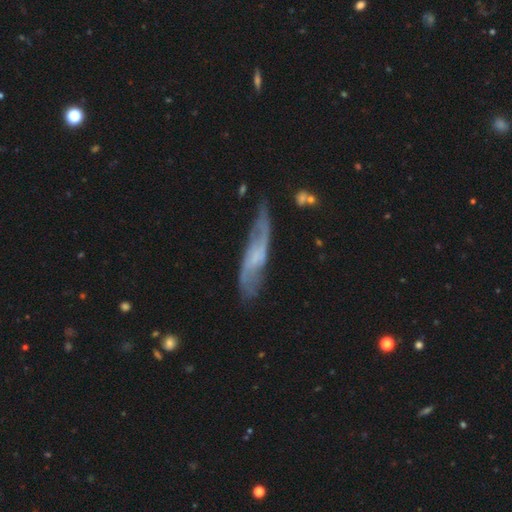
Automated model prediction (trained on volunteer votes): A featured or disk galaxy (70%).

Vote fractions:
- Smooth or featured? featured or disk: 70% / smooth: 23% / star or artifact: 7%
- Edge-on disk? no: 67% / yes: 33%
- Merging? none: 66% / minor disturbance: 22% / major disturbance: 8% / merger: 3%